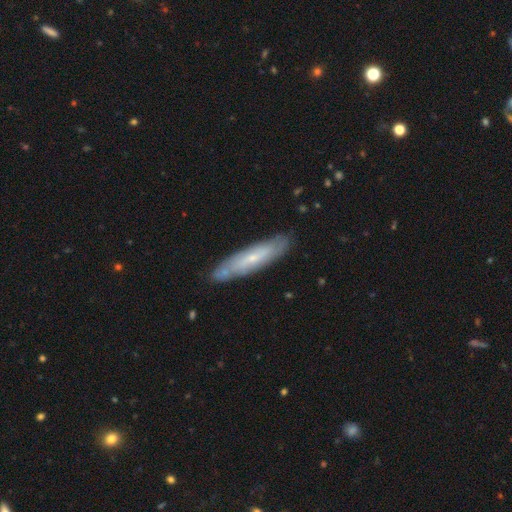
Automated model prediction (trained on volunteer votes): This appears to be a featured or disk galaxy (54%) viewed edge-on (50%, tied with no). Merging: none (85%).